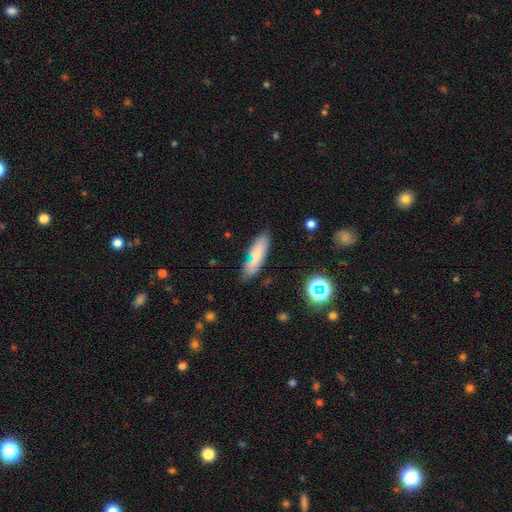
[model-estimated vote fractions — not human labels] Smooth or featured? smooth (71%)
How rounded? cigar-shaped (55%)
Merging? none (74%)